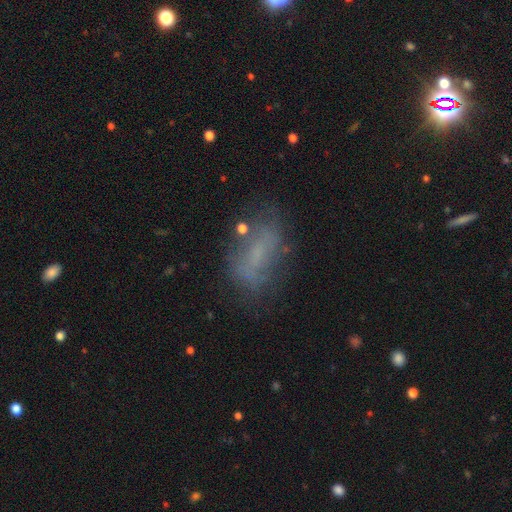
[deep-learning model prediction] A smooth galaxy with no disk features (49%).

Vote fractions:
- Smooth or featured? smooth: 49% / featured or disk: 35% / star or artifact: 16%
- Merging? none: 57% / minor disturbance: 22% / major disturbance: 15% / merger: 5%